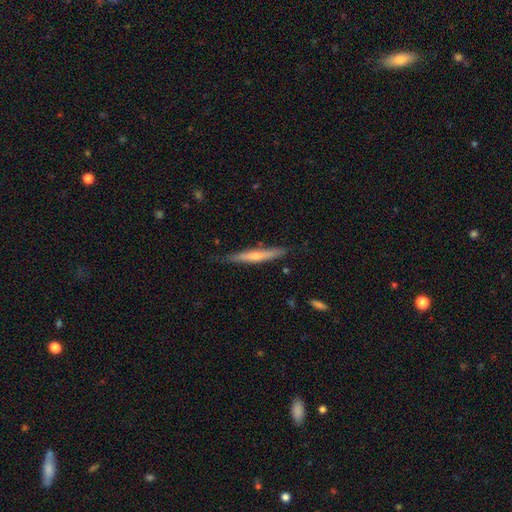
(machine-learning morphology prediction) Overall: featured or disk (51%; smooth 44%). Edge-on disk: yes (95%). Merging: none (81%).